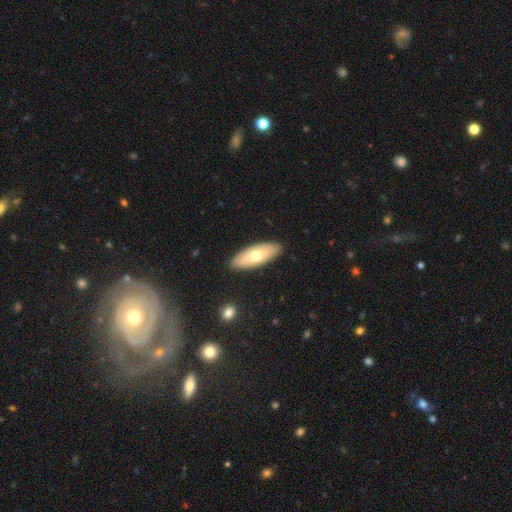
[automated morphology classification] smooth_or_featured: smooth (p=0.62) [alt: featured or disk p=0.33]
how_rounded: in between (p=0.73) [alt: cigar-shaped p=0.24]
merging: none (p=0.88) [alt: minor disturbance p=0.09]